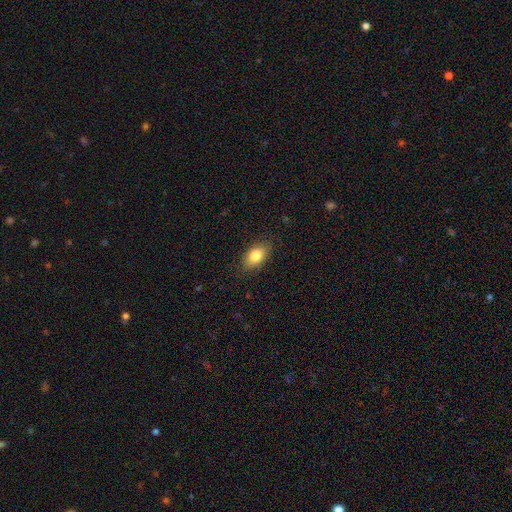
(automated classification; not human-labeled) Morphology: type=smooth (82%); roundness=in between (88%); merging=none (85%).